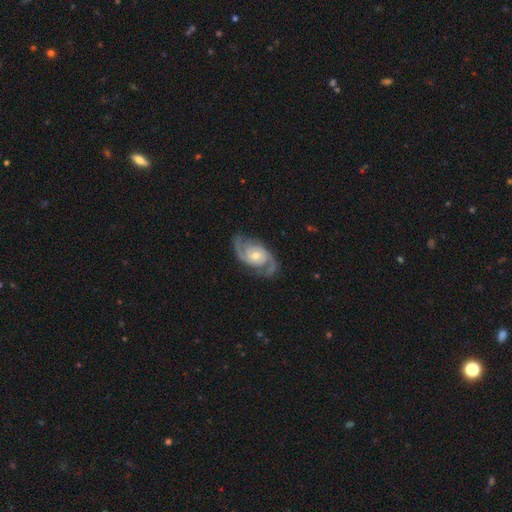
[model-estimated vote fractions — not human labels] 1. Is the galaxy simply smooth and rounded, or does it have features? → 91% featured or disk, 4% smooth, 4% star or artifact.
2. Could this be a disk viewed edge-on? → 97% no, 3% yes.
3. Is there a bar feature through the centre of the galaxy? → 63% no, 29% weak, 8% strong.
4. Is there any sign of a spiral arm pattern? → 98% yes, 2% no.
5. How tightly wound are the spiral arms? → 48% medium, 39% tight, 12% loose.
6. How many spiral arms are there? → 88% 2, 5% 3, 3% can't tell, 1% 1, 1% 4, 1% more than 4.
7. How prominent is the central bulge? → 60% moderate, 35% small, 3% large, 1% none, 1% dominant.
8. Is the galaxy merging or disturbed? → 79% none, 15% minor disturbance, 5% major disturbance, 1% merger.